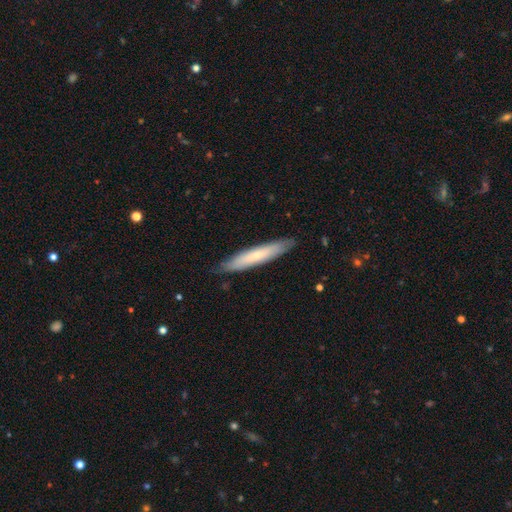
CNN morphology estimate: Overall: smooth (60%; featured or disk 35%). How rounded: cigar-shaped (92%). Merging: none (86%).